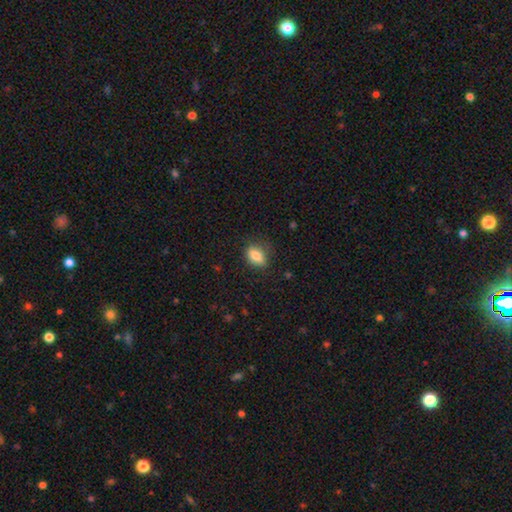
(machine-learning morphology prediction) smooth_or_featured: smooth (p=0.83) [alt: featured or disk p=0.09]
how_rounded: in between (p=0.80) [alt: round p=0.17]
merging: none (p=0.77) [alt: minor disturbance p=0.18]